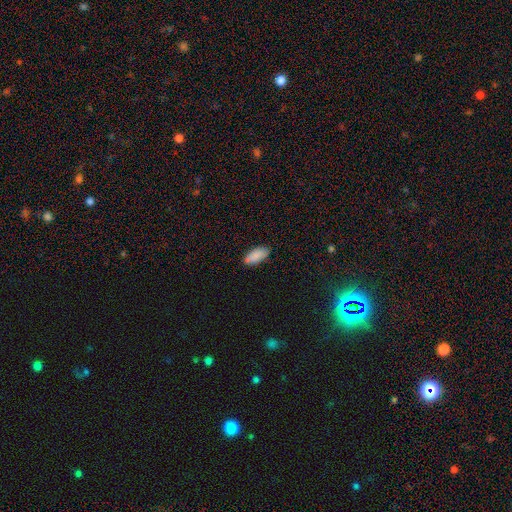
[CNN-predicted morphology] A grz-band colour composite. It shows a smooth galaxy with no disk features (89%) that is in between round and cigar-shaped (89%). Merging: none (84%).